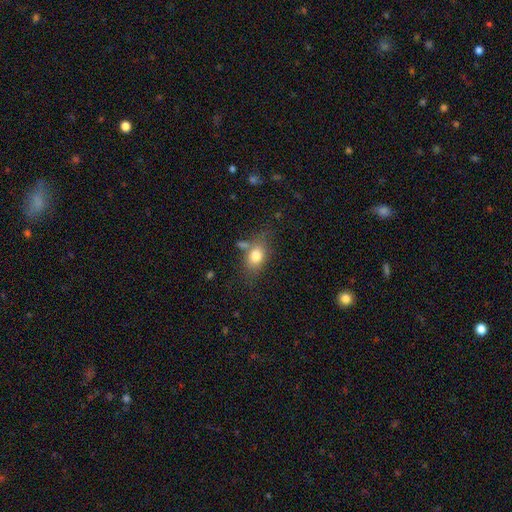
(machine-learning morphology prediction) smooth_or_featured: smooth (p=0.78) [alt: featured or disk p=0.13]
how_rounded: in between (p=0.75) [alt: round p=0.22]
merging: none (p=0.62) [alt: minor disturbance p=0.18]